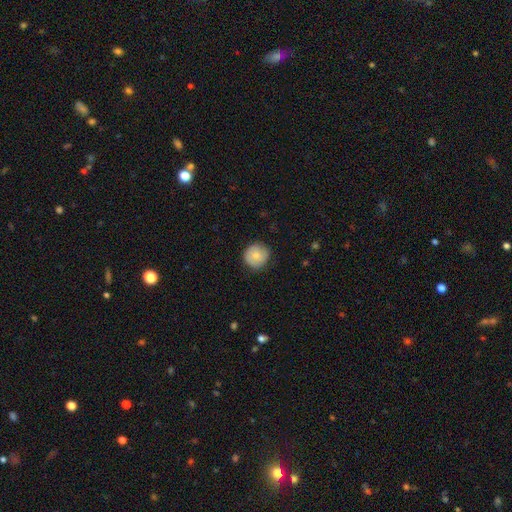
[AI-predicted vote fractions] This appears to be a smooth galaxy with no disk features (75%) that is round (93%). Merging: none (83%).